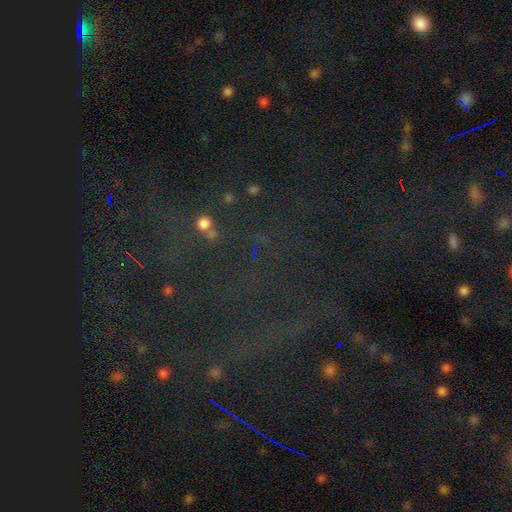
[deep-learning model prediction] A star or artifact, not a galaxy (69%).

Vote fractions:
- Smooth or featured? star or artifact: 69% / smooth: 16% / featured or disk: 15%